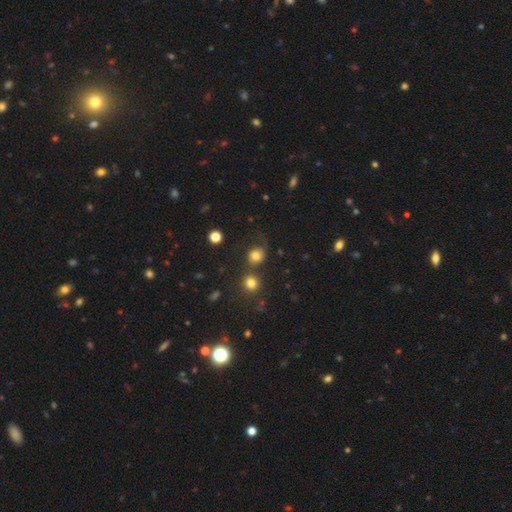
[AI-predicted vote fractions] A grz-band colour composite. It shows a smooth galaxy with no disk features (75%) that is round (75%). Merging: none (49%).